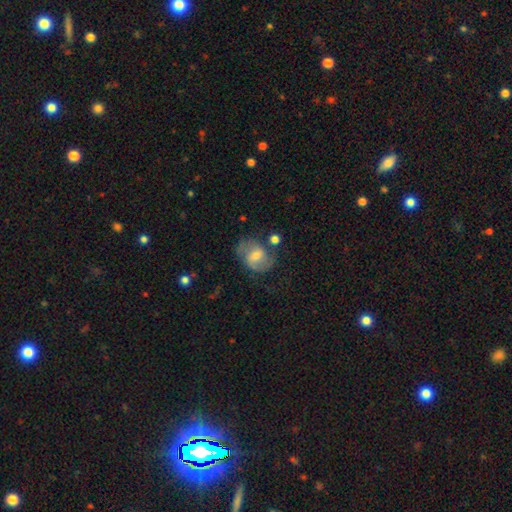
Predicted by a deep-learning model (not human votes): Overall: featured or disk (56%; smooth 36%). Edge-on disk: no (97%). Bar: weak (50%; no 35%). Spiral arms: yes (80%). Bulge size: small (47%; moderate 46%). Merging: none (55%; minor disturbance 24%).